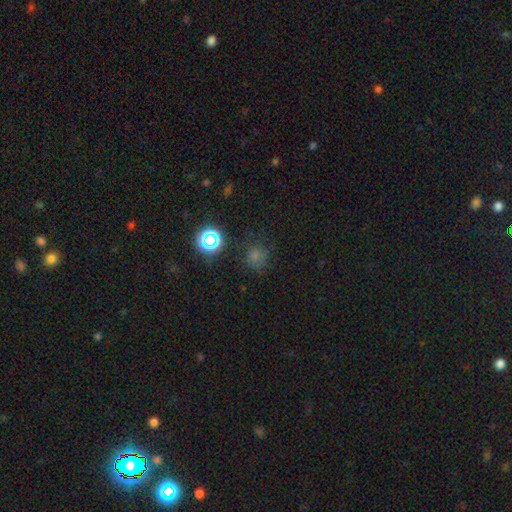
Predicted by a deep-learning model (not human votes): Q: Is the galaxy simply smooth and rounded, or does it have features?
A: smooth — 67%.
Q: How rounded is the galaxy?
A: round — 87%.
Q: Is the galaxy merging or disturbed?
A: none — 72%.